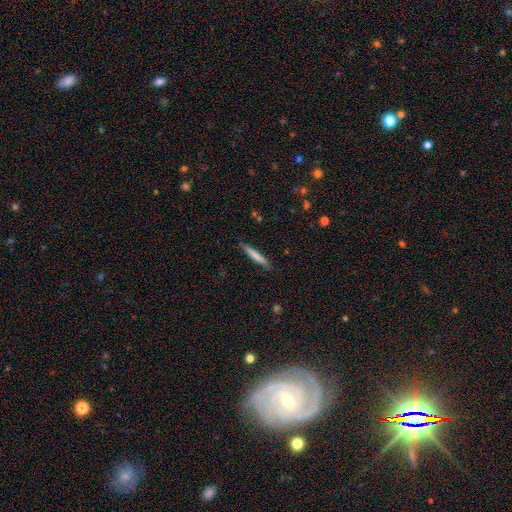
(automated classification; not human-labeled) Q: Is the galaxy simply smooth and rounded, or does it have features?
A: smooth — 74%.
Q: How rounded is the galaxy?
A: cigar-shaped — 95%.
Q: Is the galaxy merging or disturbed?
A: none — 87%.